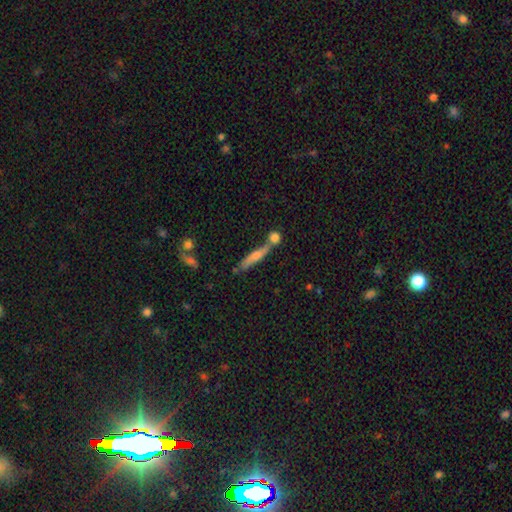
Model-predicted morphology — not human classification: Smooth or featured?
  - smooth: 60% *
  - featured or disk: 32%
  - star or artifact: 8%
How rounded?
  - cigar-shaped: 85% *
  - in between: 12%
  - round: 3%
Merging?
  - none: 52% *
  - merger: 28%
  - minor disturbance: 14%
  - major disturbance: 5%